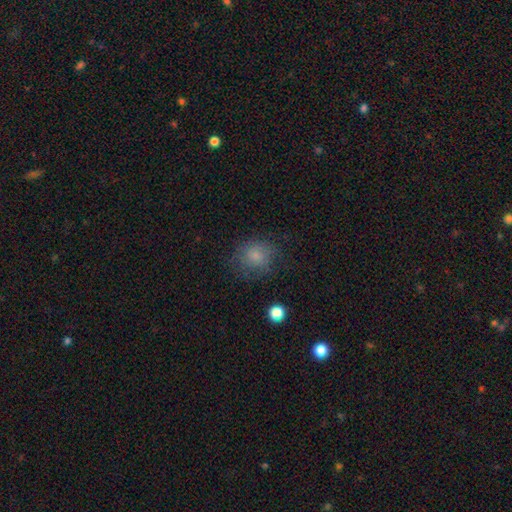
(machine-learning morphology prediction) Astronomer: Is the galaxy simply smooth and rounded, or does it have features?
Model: smooth — 78%.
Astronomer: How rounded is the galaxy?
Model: round — 75%.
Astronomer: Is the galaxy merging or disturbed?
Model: none — 71%.